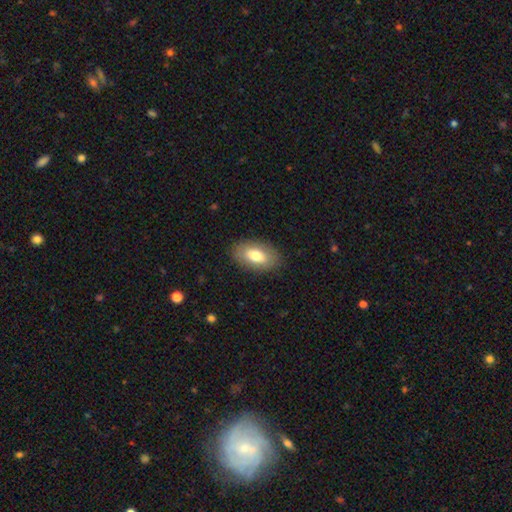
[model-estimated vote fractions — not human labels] smooth 76%, featured or disk 18%, star or artifact 7%. Down the decision tree: how rounded — in between (92%); merging — none (87%).